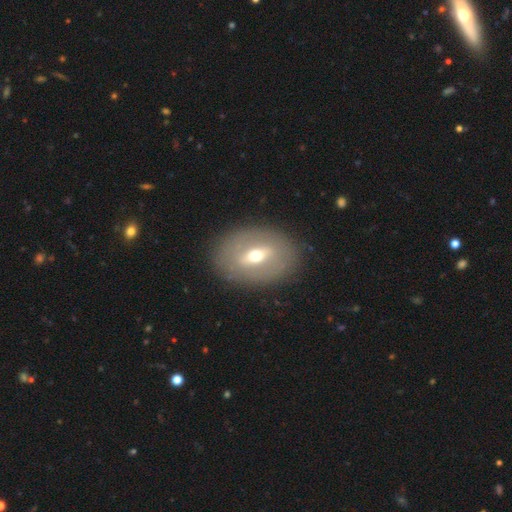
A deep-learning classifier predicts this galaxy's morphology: smooth_or_featured: featured or disk (p=0.58) [alt: smooth p=0.34]
disk_edge_on: no (p=0.87) [alt: yes p=0.13]
merging: none (p=0.86) [alt: minor disturbance p=0.10]